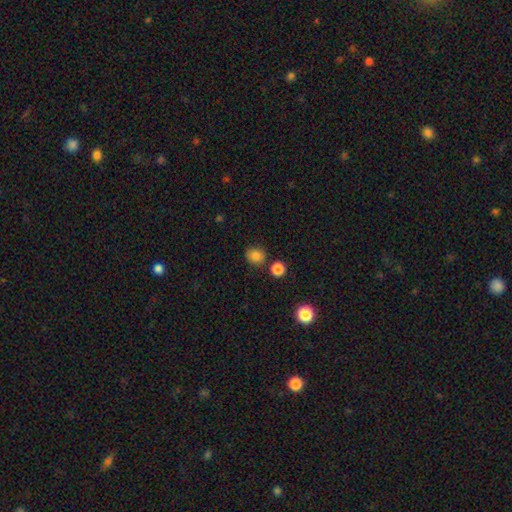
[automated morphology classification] A smooth galaxy with no disk features (82%) that is round (80%). Merging: none (79%).